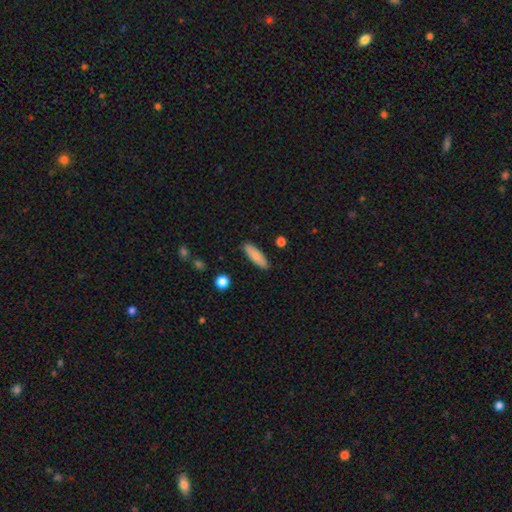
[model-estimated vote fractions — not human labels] Smooth or featured: smooth — 80% (featured or disk — 14%)
How rounded: cigar-shaped — 51% (in between — 47%)
Merging: none — 88% (minor disturbance — 9%)